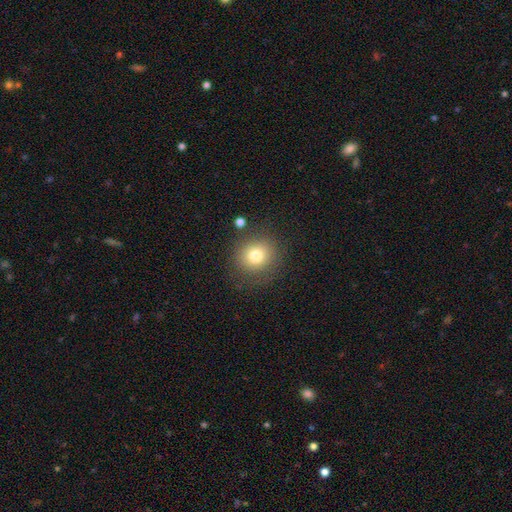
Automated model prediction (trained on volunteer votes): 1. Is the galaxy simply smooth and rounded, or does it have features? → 77% smooth, 13% star or artifact, 11% featured or disk.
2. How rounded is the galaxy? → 87% round, 12% in between, 1% cigar-shaped.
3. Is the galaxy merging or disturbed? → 82% none, 10% minor disturbance, 5% major disturbance, 3% merger.